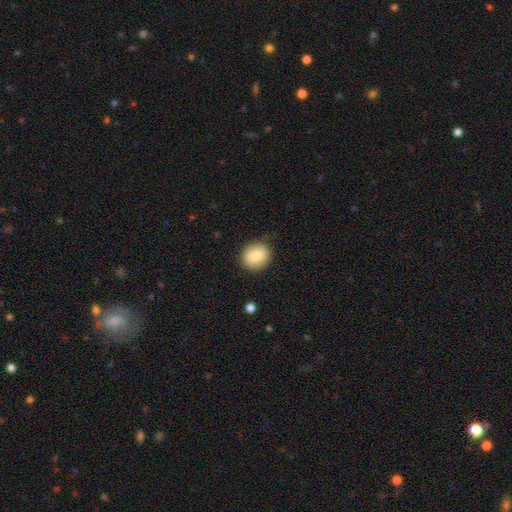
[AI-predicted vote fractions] This appears to be a smooth galaxy with no disk features (77%) that is round (72%). Merging: none (84%).